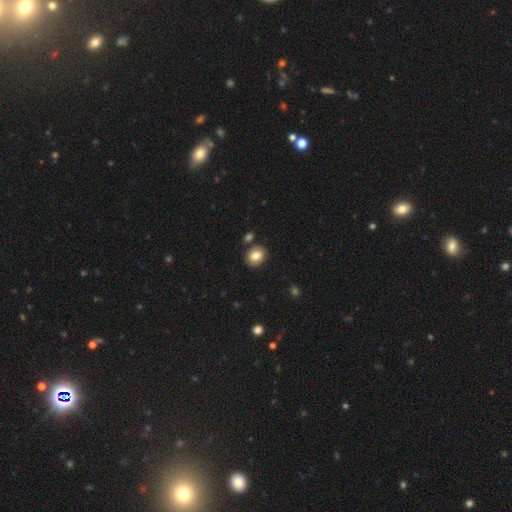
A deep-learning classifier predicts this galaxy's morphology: Q: Smooth or featured?
A: smooth (82%); runner-up: featured or disk (10%)
Q: How rounded?
A: round (54%); runner-up: in between (45%)
Q: Merging?
A: none (83%); runner-up: minor disturbance (9%)